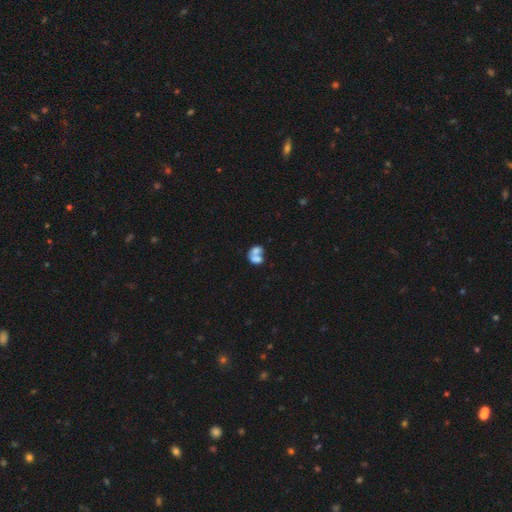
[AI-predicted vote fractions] smooth 61%, featured or disk 29%, star or artifact 10%. Down the decision tree: how rounded — in between (68%); merging — merger (70%).